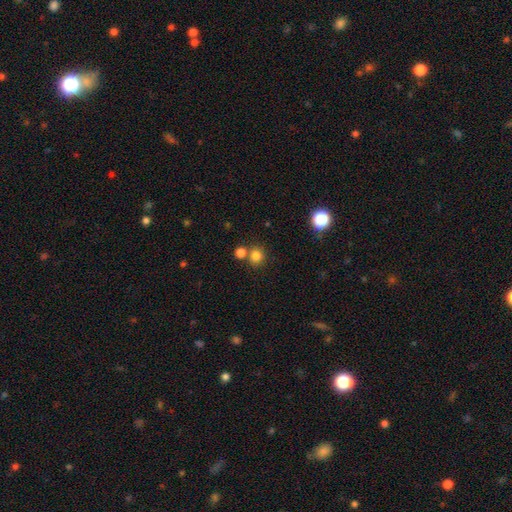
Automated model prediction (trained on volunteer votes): A smooth galaxy with no disk features (80%) that is round (88%).

Vote fractions:
- Smooth or featured? smooth: 80% / star or artifact: 14% / featured or disk: 6%
- How rounded? round: 88% / in between: 11% / cigar-shaped: 1%
- Merging? none: 67% / merger: 22% / minor disturbance: 7% / major disturbance: 3%